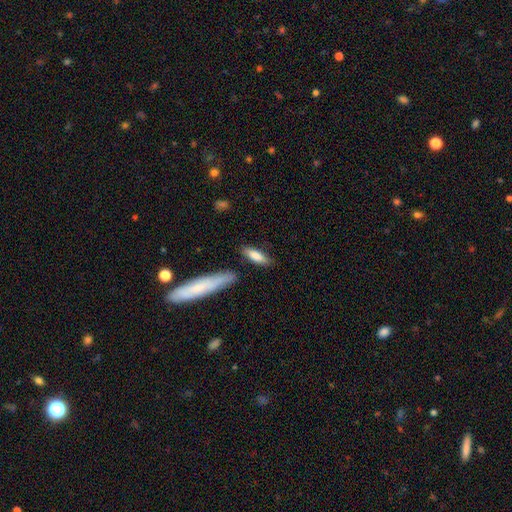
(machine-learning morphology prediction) Smooth or featured?
  - smooth: 80% *
  - featured or disk: 14%
  - star or artifact: 6%
How rounded?
  - in between: 51% *
  - cigar-shaped: 47%
  - round: 2%
Merging?
  - none: 79% *
  - minor disturbance: 13%
  - merger: 5%
  - major disturbance: 3%